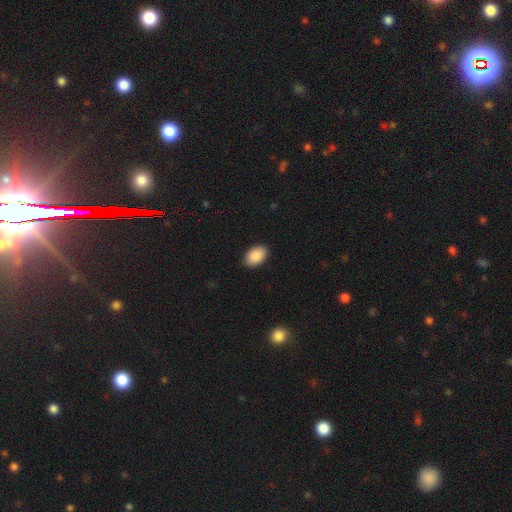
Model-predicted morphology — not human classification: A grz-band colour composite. It shows a smooth galaxy with no disk features (90%) that is in between round and cigar-shaped (92%). Merging: none (89%).